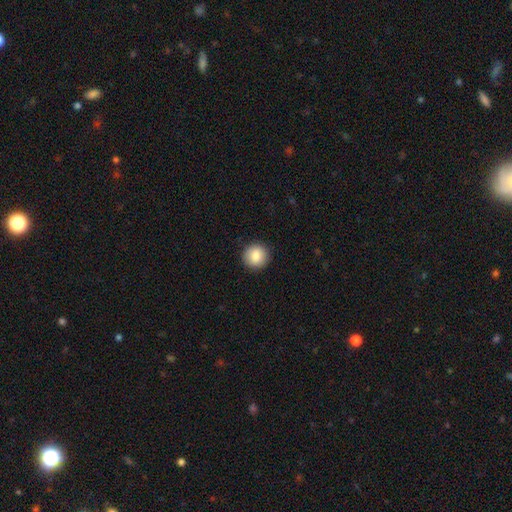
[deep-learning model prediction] Smooth or featured: smooth — 87% (star or artifact — 8%)
How rounded: round — 93% (in between — 6%)
Merging: none — 92% (minor disturbance — 6%)